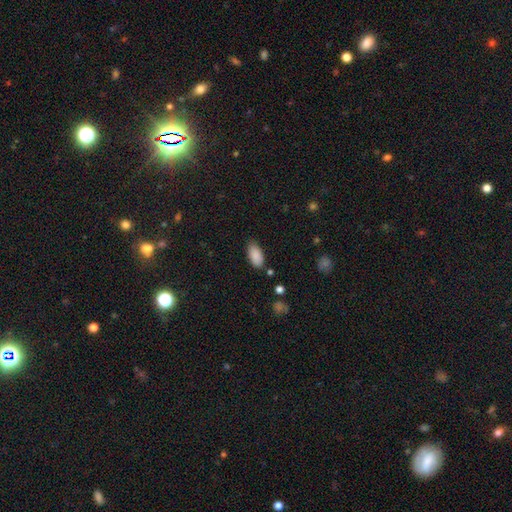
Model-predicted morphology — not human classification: Smooth or featured?
  - smooth: 89% *
  - star or artifact: 7%
  - featured or disk: 4%
How rounded?
  - in between: 93% *
  - cigar-shaped: 5%
  - round: 2%
Merging?
  - none: 79% *
  - minor disturbance: 16%
  - major disturbance: 3%
  - merger: 2%